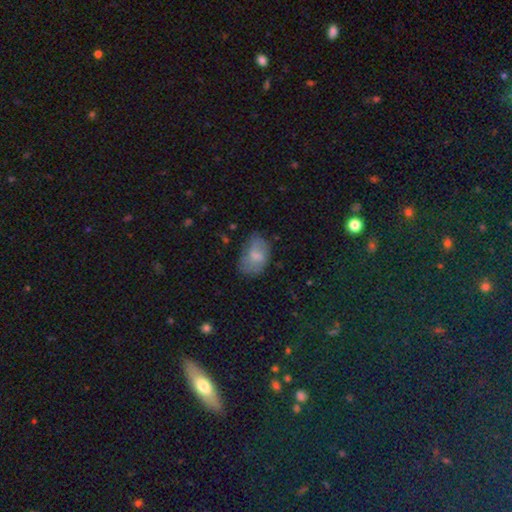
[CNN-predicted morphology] Smooth or featured? smooth (65%)
How rounded? in between (86%)
Merging? none (53%)